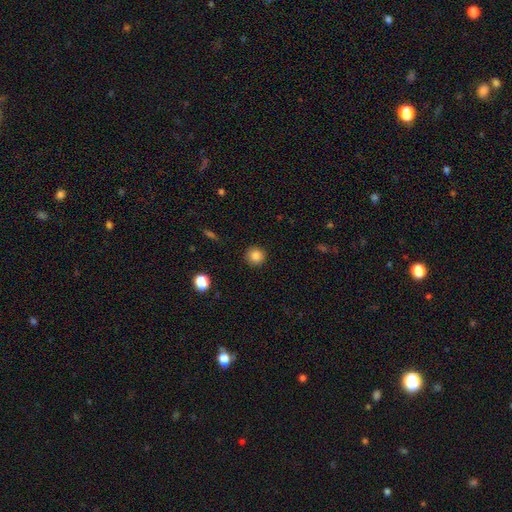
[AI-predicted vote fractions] This is clearly a smooth galaxy (85%). How rounded: clearly round (94%). Merging: clearly none (92%).